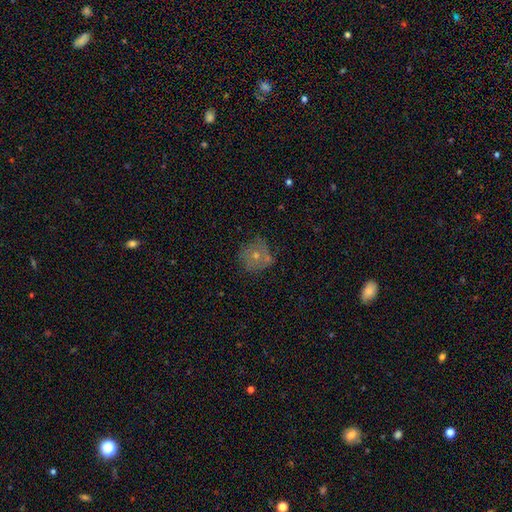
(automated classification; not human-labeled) A smooth galaxy with no disk features (54%) that is round (84%). Merging: none (60%).